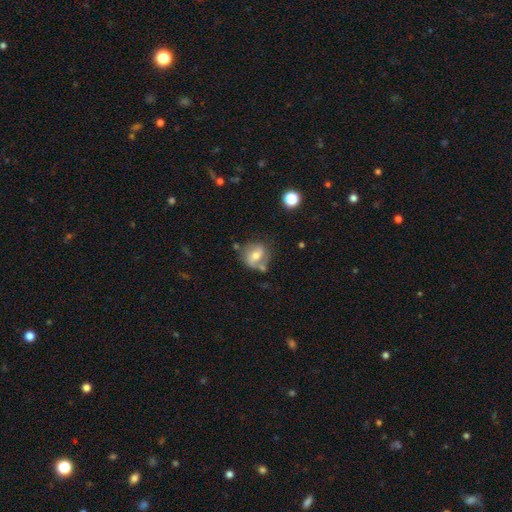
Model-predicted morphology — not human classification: Smooth or featured? Predicted: smooth (p=0.51). How rounded? Predicted: round (p=0.72). Merging? Predicted: none (p=0.56).